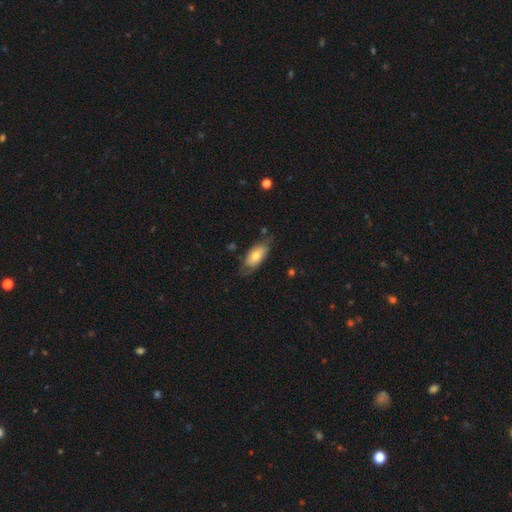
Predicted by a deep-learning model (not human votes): Morphology: type=smooth (65%); roundness=in between (87%); merging=none (63%).